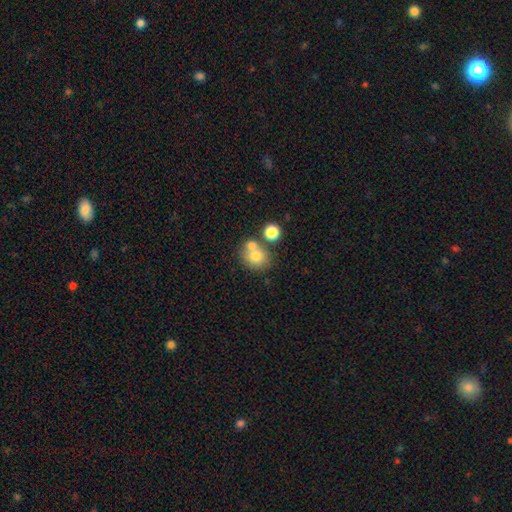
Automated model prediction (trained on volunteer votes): Smooth or featured?
  - smooth: 74% *
  - featured or disk: 15%
  - star or artifact: 12%
How rounded?
  - round: 76% *
  - in between: 23%
  - cigar-shaped: 1%
Merging?
  - none: 51% *
  - merger: 35%
  - minor disturbance: 10%
  - major disturbance: 4%